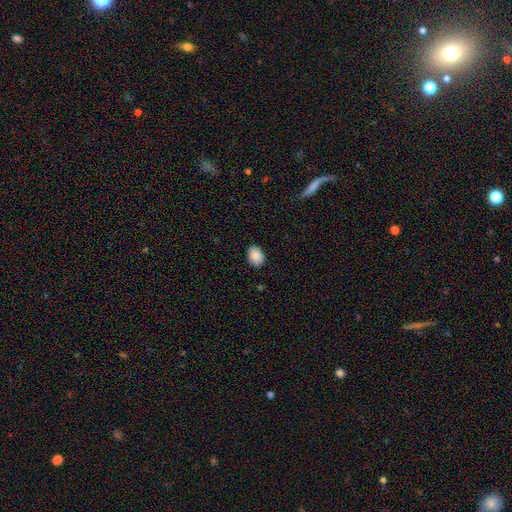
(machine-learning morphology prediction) Smooth or featured? Predicted: smooth (p=0.87). How rounded? Predicted: in between (p=0.72). Merging? Predicted: none (p=0.88).